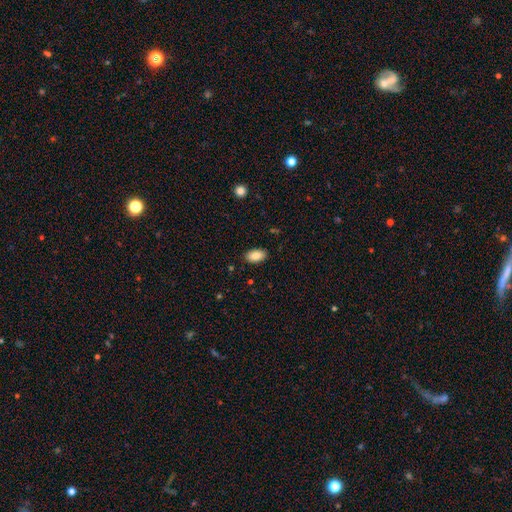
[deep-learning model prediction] This is clearly a smooth galaxy (86%). How rounded: clearly in between (93%). Merging: clearly none (88%).